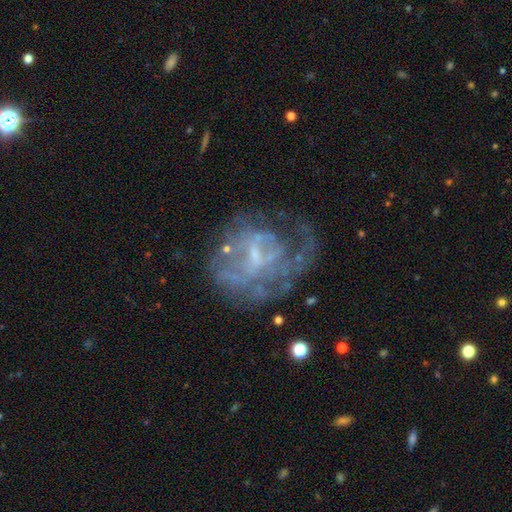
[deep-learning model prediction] Morphology: type=featured or disk (72%); edge-on=no (97%); bar=no (50%); spiral arms=no (54%); bulge=small (52%); merging=none (42%).